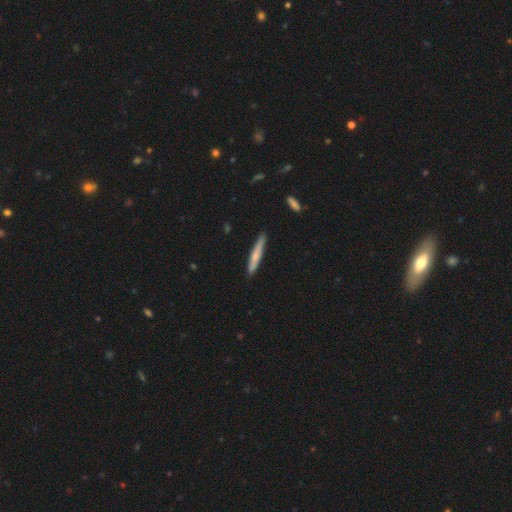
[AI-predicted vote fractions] The model was most divided on "smooth or featured": smooth: 65%, featured or disk: 29%, star or artifact: 5%. More confident: how rounded — cigar-shaped (95%); merging — none (88%).